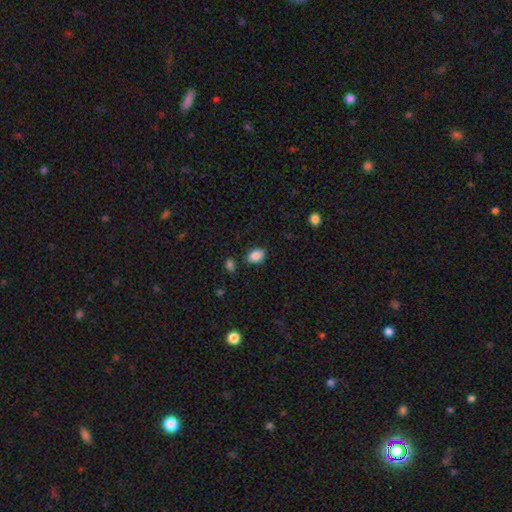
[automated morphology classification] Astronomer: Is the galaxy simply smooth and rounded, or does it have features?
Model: smooth — 87%.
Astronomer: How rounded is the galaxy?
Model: in between — 78%.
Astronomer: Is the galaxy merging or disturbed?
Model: none — 81%.